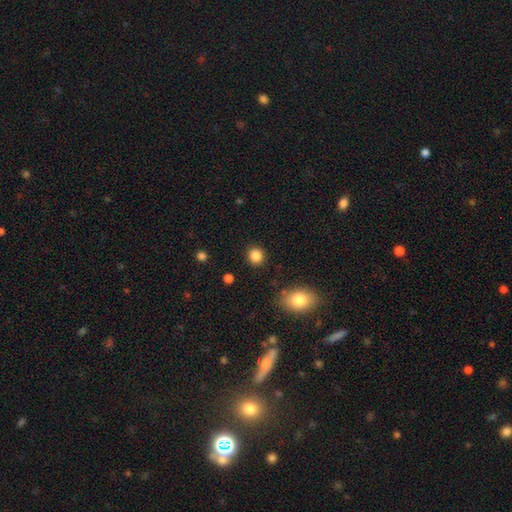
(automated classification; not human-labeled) This appears to be a smooth galaxy with no disk features (86%) that is round (85%). Merging: none (90%).